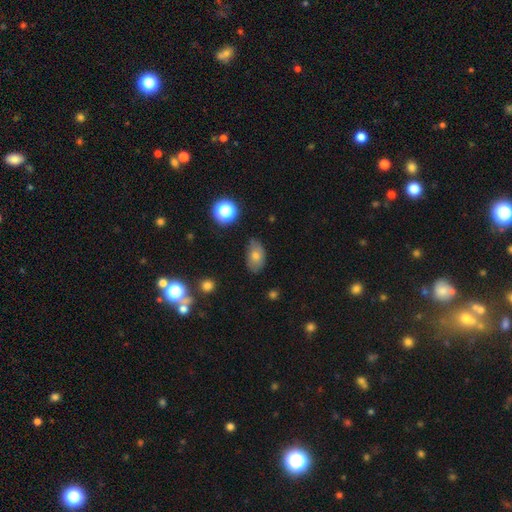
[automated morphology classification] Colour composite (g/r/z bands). It shows a smooth galaxy with no disk features (72%) that is in between round and cigar-shaped (88%). Merging: none (71%).